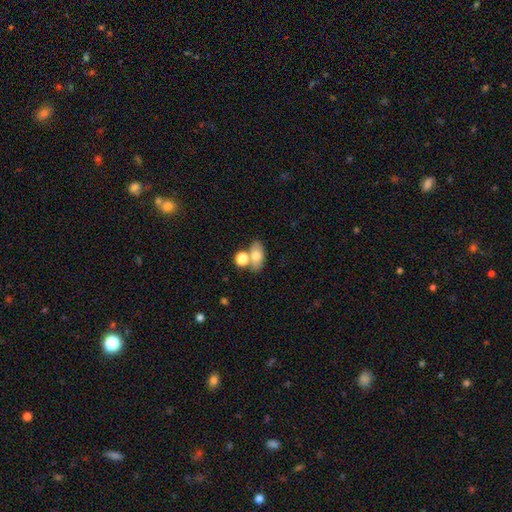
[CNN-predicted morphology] A smooth galaxy with no disk features (71%) that is in between round and cigar-shaped (81%). Merging: none (54%).